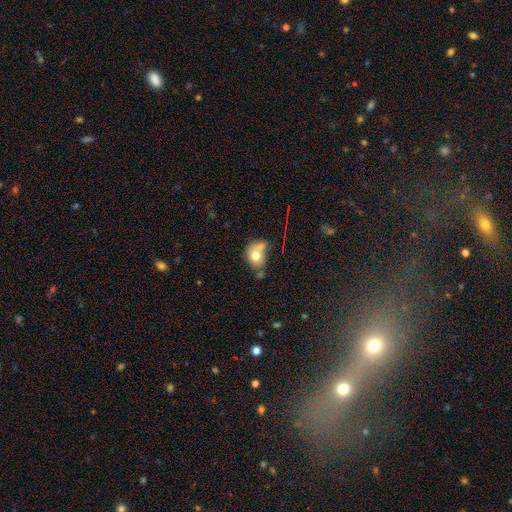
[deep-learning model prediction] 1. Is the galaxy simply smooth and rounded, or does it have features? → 72% smooth, 17% featured or disk, 10% star or artifact.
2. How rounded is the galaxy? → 50% round, 49% in between, 1% cigar-shaped.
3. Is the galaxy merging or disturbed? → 36% none, 32% merger, 21% minor disturbance, 11% major disturbance.